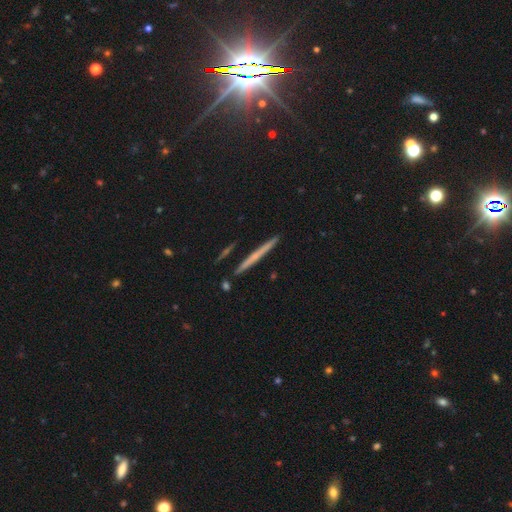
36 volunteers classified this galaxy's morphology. This is possibly a featured or disk galaxy (56%). It is clearly viewed edge-on (100%). Edge-on bulge: possibly rounded (55%). Merging: clearly none (91%).